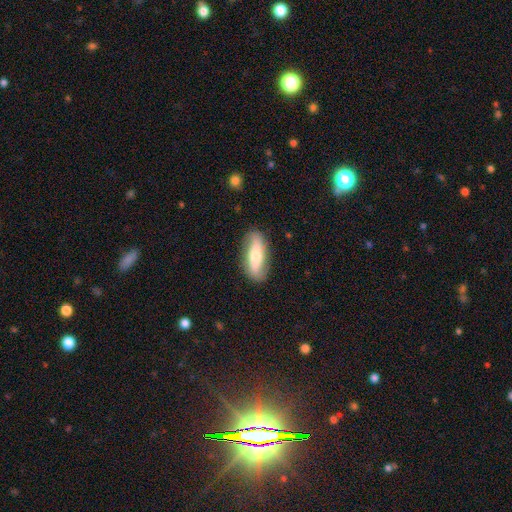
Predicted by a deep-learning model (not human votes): The model was most divided on "how rounded": in between: 58%, cigar-shaped: 39%, round: 3%. More confident: merging — none (84%); smooth or featured — smooth (61%).